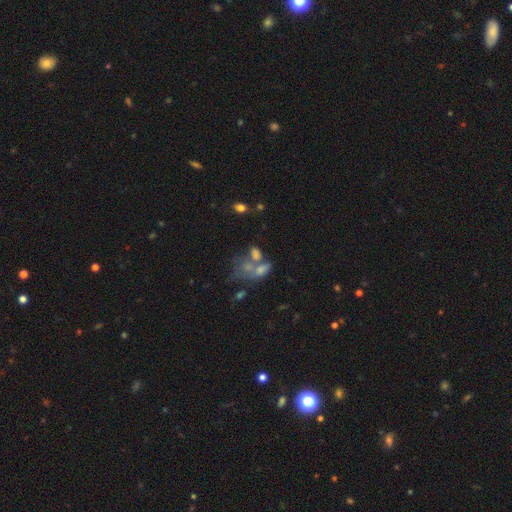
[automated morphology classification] Q: Smooth or featured?
A: featured or disk (39%); runner-up: smooth (38%)
Q: Merging?
A: merger (48%); runner-up: none (25%)